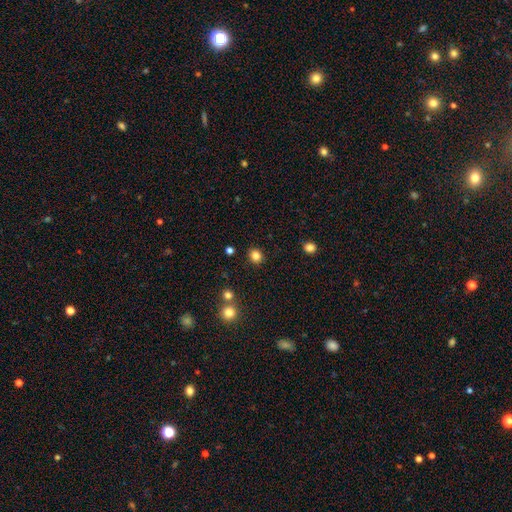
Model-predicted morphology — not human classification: This is clearly a smooth galaxy (83%). How rounded: clearly round (82%). Merging: clearly none (89%).